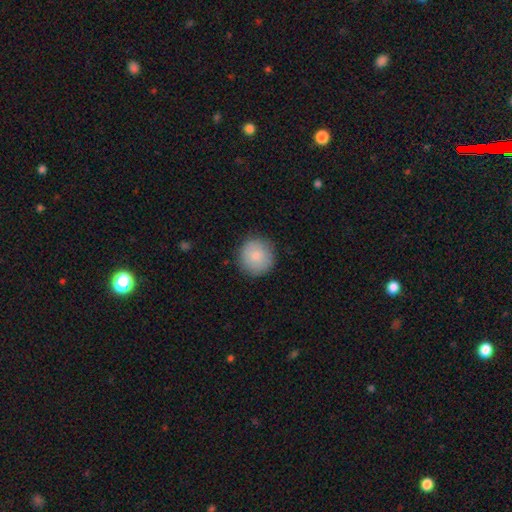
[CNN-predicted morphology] Smooth or featured: smooth — 83% (featured or disk — 11%)
How rounded: round — 94% (in between — 5%)
Merging: none — 88% (minor disturbance — 9%)